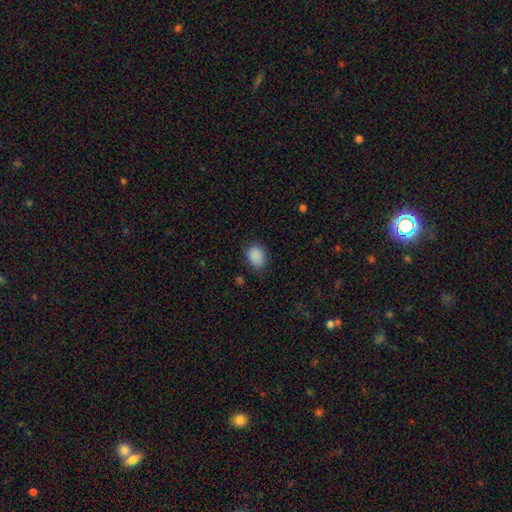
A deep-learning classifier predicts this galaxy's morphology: type=smooth (88%); roundness=in between (58%); merging=none (80%).